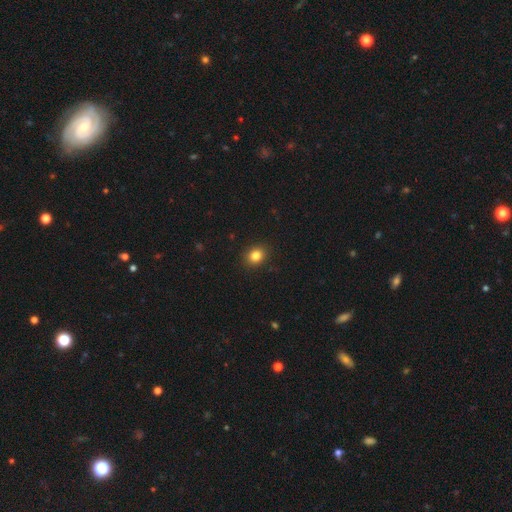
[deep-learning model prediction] smooth_or_featured: smooth (p=0.84) [alt: star or artifact p=0.11]
how_rounded: round (p=0.55) [alt: in between p=0.44]
merging: none (p=0.90) [alt: minor disturbance p=0.07]